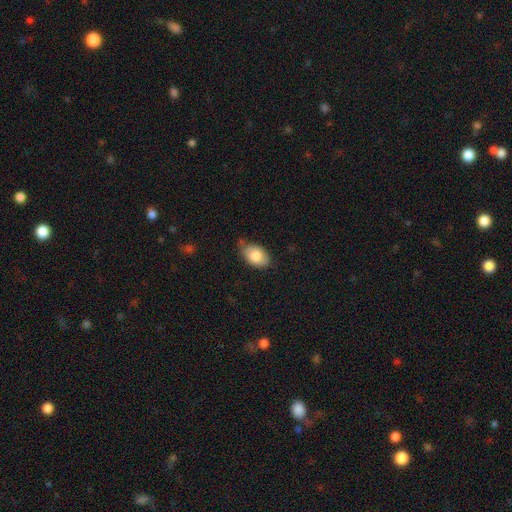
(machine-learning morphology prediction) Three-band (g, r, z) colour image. It shows a smooth galaxy with no disk features (81%) that is in between round and cigar-shaped (90%). Merging: none (64%).